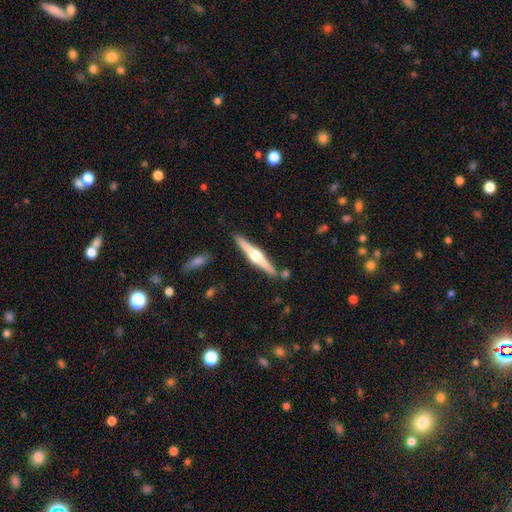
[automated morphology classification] type=featured or disk (74%); edge-on=yes (98%); edge-on bulge=rounded (94%); merging=none (87%).